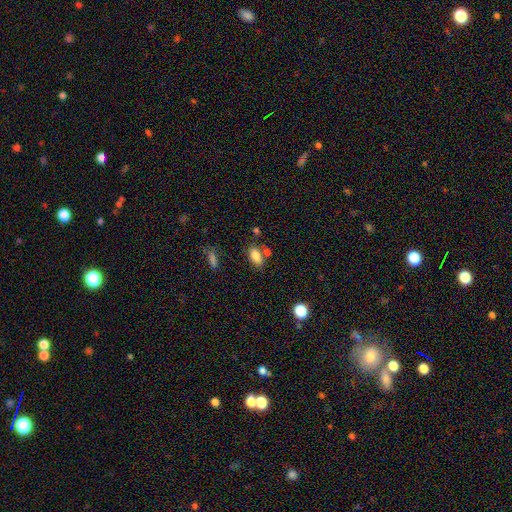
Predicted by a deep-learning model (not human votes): A smooth galaxy with no disk features (83%) that is in between round and cigar-shaped (89%).

Vote fractions:
- Smooth or featured? smooth: 83% / star or artifact: 9% / featured or disk: 7%
- How rounded? in between: 89% / cigar-shaped: 6% / round: 5%
- Merging? none: 67% / merger: 15% / minor disturbance: 14% / major disturbance: 4%